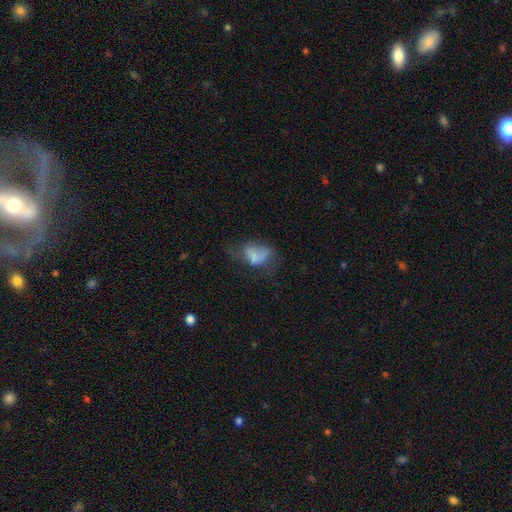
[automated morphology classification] type=smooth (62%); roundness=in between (83%); merging=major disturbance (41%).